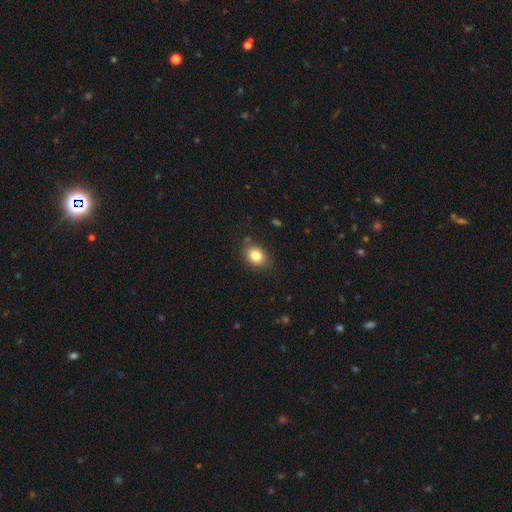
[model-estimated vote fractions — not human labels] Morphology: type=smooth (82%); roundness=in between (63%); merging=none (82%).